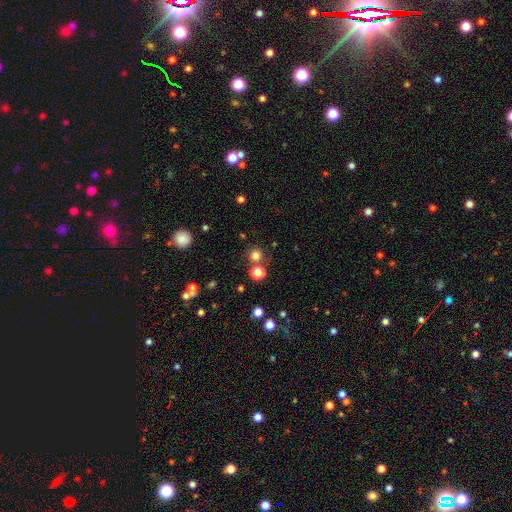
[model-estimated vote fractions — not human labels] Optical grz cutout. It shows a smooth galaxy with no disk features (76%) that is round (94%). Merging: none (74%).